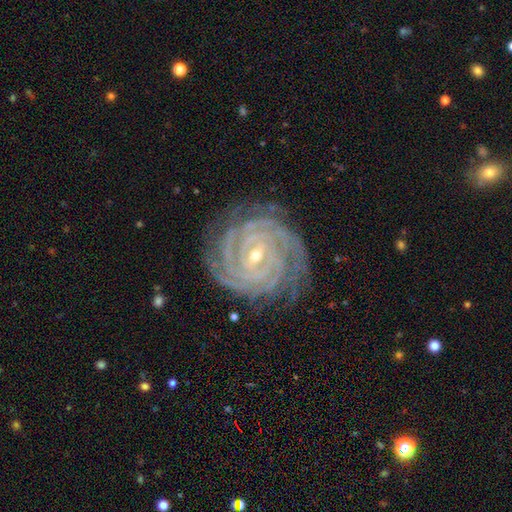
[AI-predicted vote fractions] Morphology: type=featured or disk (93%); edge-on=no (97%); bar=weak (44%); spiral arms=yes (99%); winding=tight (90%); arm count=4 (28%); bulge=small (60%); merging=none (82%).